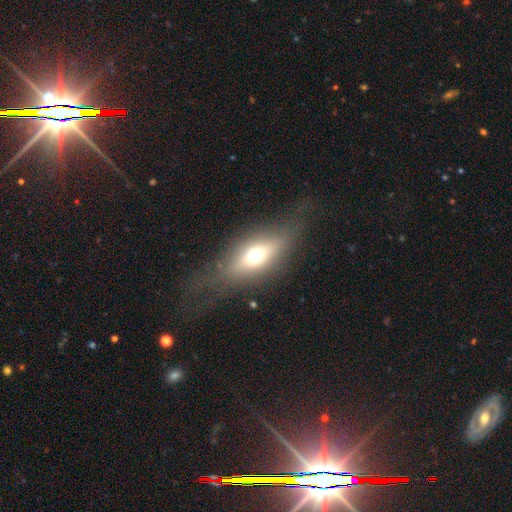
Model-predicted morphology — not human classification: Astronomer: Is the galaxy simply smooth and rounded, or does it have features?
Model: smooth — 48% (runner-up: featured or disk, 39%).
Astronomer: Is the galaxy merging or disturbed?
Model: none — 74%.